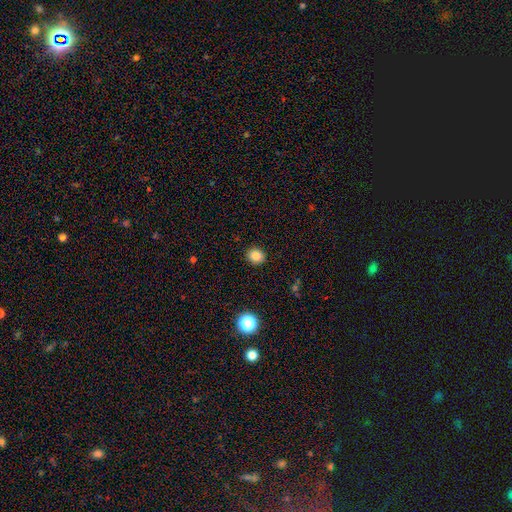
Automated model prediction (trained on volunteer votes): Smooth or featured: smooth — 84% (star or artifact — 11%)
How rounded: round — 77% (in between — 22%)
Merging: none — 91% (minor disturbance — 6%)